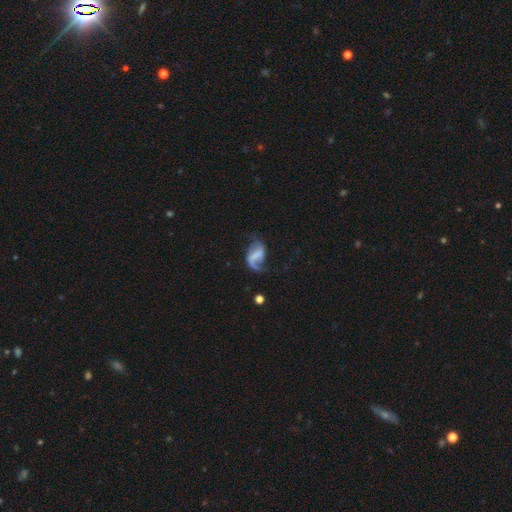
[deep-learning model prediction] Q: Smooth or featured?
A: featured or disk (76%); runner-up: smooth (16%)
Q: Edge-on disk?
A: no (98%); runner-up: yes (2%)
Q: Bar?
A: weak (41%); runner-up: strong (39%)
Q: Spiral arms?
A: yes (89%); runner-up: no (11%)
Q: Spiral winding?
A: loose (65%); runner-up: medium (28%)
Q: Spiral arm count?
A: 2 (69%); runner-up: 1 (25%)
Q: Bulge size?
A: none (62%); runner-up: small (20%)
Q: Merging?
A: none (49%); runner-up: major disturbance (26%)